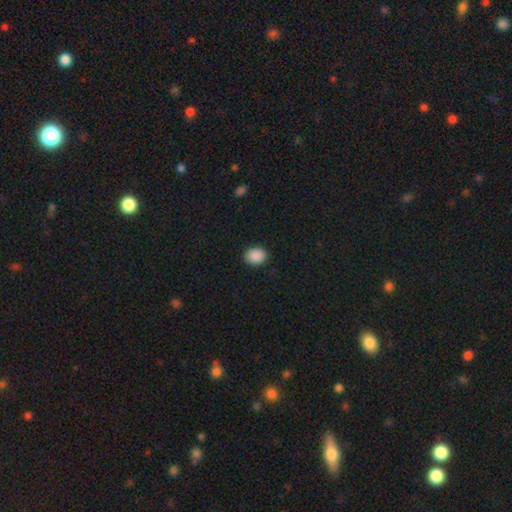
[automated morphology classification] Smooth or featured? Predicted: smooth (p=0.90). How rounded? Predicted: in between (p=0.52). Merging? Predicted: none (p=0.90).